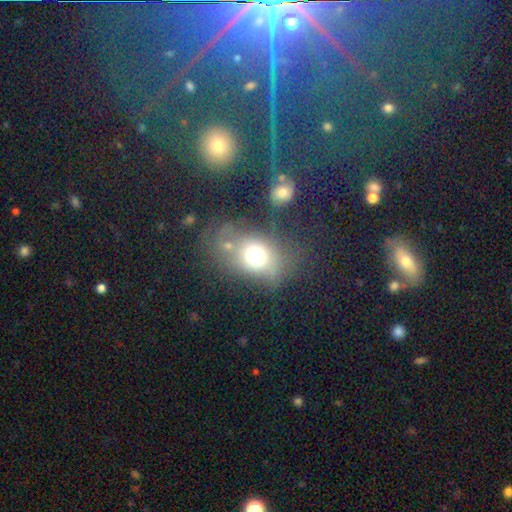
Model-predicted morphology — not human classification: Smooth or featured? smooth (65%)
How rounded? in between (56%)
Merging? none (42%)